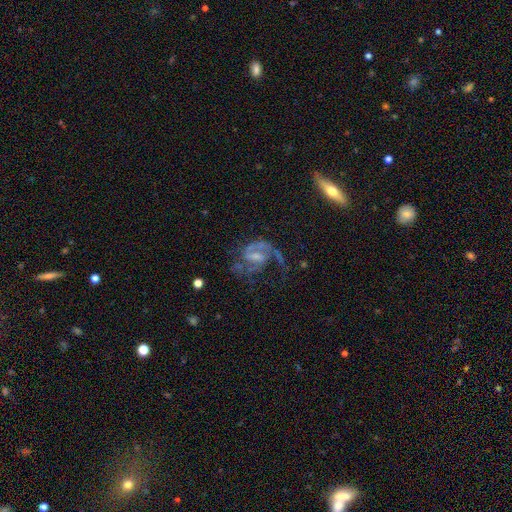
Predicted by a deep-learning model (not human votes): smooth-or-featured: featured or disk: 79% | smooth: 12% | star or artifact: 9%
  disk-edge-on: no: 97% | yes: 3%
    bar: weak: 51% | no: 26% | strong: 23%
    has-spiral-arms: yes: 85% | no: 15%
      spiral-winding: medium: 46% | loose: 33% | tight: 21%
      spiral-arm-count: 2: 48% | 1: 33% | can't tell: 12% | 3: 4% | 4: 2% | more than 4: 2%
    bulge-size: small: 34% | none: 30% | moderate: 29% | large: 6% | dominant: 1%
  merging: major disturbance: 42% | none: 36% | minor disturbance: 17% | merger: 5%